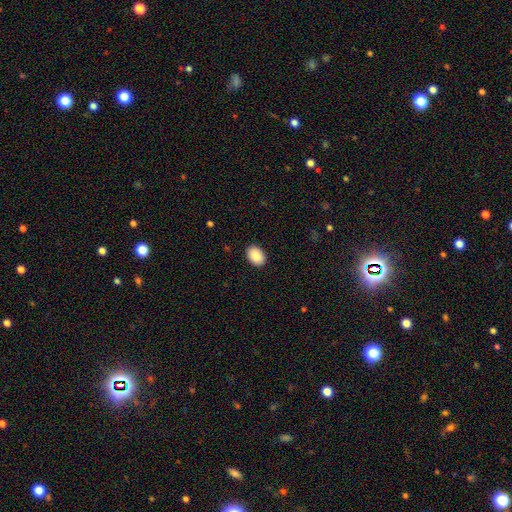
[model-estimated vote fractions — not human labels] Smooth or featured: smooth — 90% (star or artifact — 7%)
How rounded: in between — 82% (round — 17%)
Merging: none — 90% (minor disturbance — 7%)